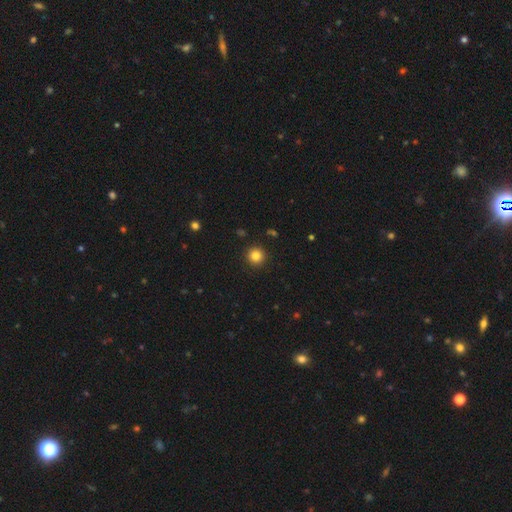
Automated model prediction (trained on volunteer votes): Smooth or featured? smooth (83%)
How rounded? round (95%)
Merging? none (92%)